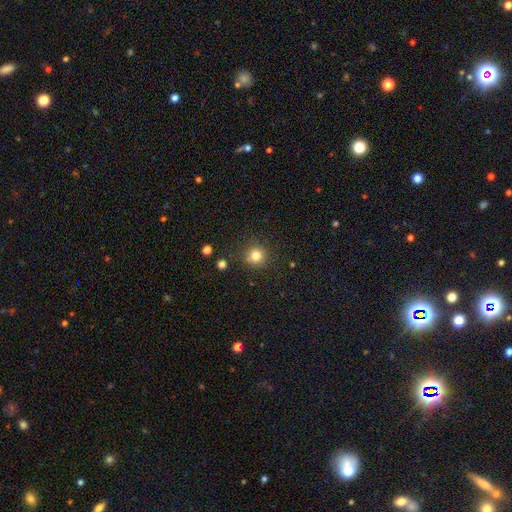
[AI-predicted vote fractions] This is clearly a smooth galaxy (81%). How rounded: clearly round (93%). Merging: clearly none (87%).